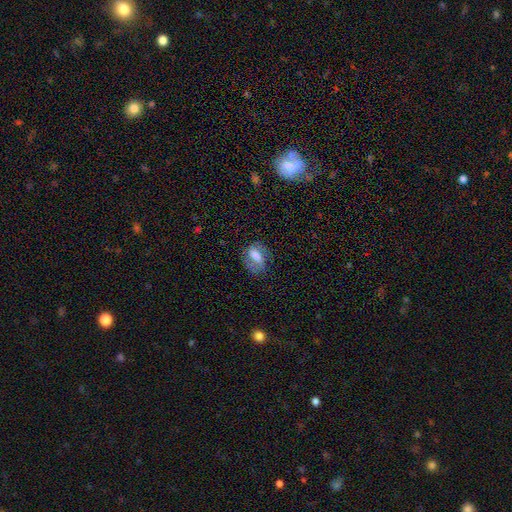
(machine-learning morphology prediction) smooth 49%, featured or disk 43%, star or artifact 8%. Down the decision tree: merging — none (68%).